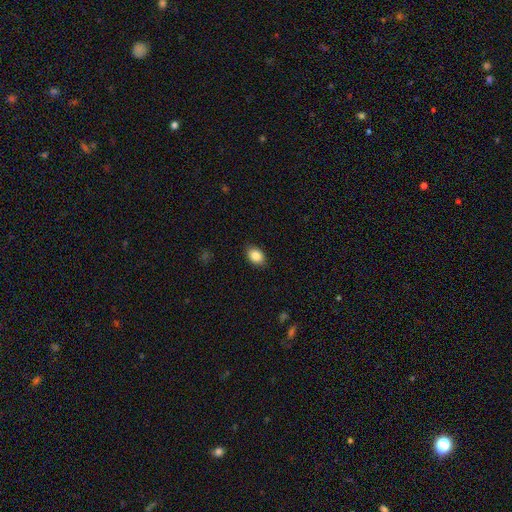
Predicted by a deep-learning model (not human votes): Q: Smooth or featured?
A: smooth (86%); runner-up: star or artifact (8%)
Q: How rounded?
A: in between (81%); runner-up: round (18%)
Q: Merging?
A: none (88%); runner-up: minor disturbance (9%)